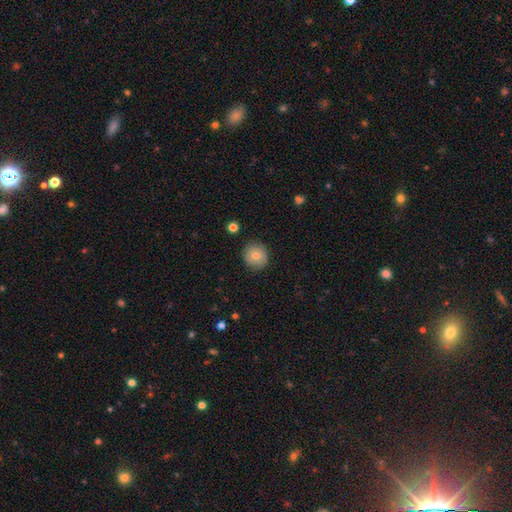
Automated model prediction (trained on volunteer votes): Smooth or featured? Predicted: smooth (p=0.77). How rounded? Predicted: round (p=0.90). Merging? Predicted: none (p=0.87).